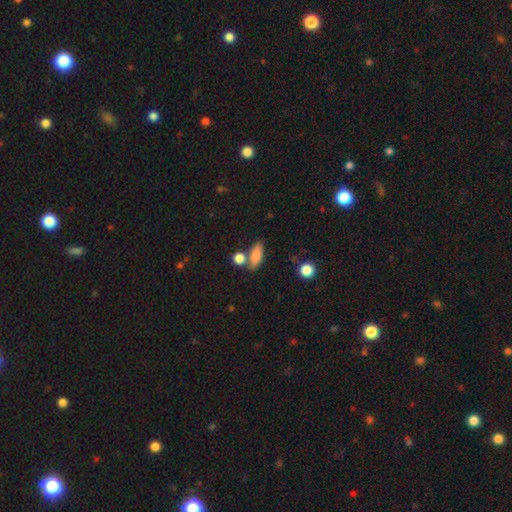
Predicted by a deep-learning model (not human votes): smooth 83%, featured or disk 9%, star or artifact 8%. Down the decision tree: how rounded — in between (71%); merging — none (62%).